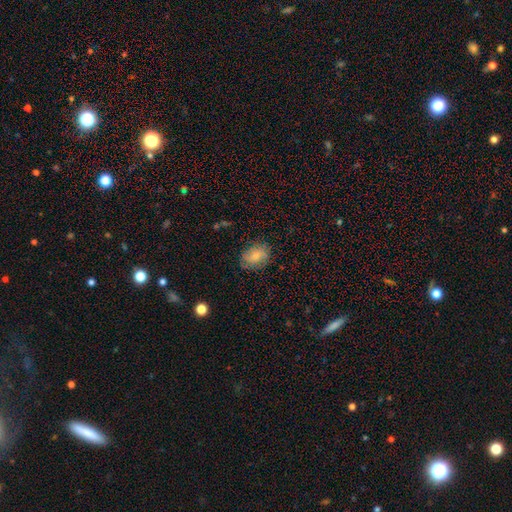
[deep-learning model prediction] smooth 73%, featured or disk 19%, star or artifact 8%. Down the decision tree: how rounded — in between (71%); merging — none (76%).